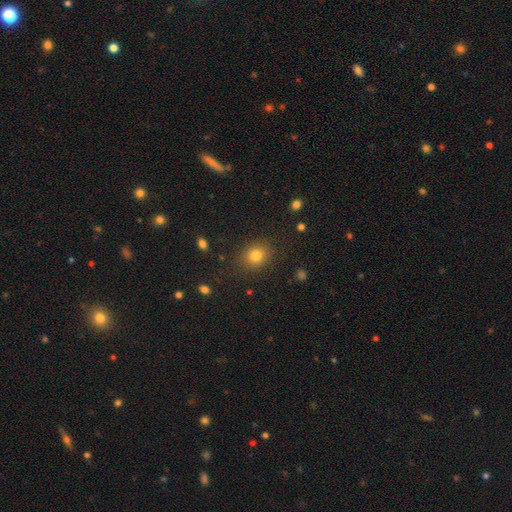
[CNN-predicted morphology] Q: Smooth or featured?
A: smooth (80%); runner-up: star or artifact (13%)
Q: How rounded?
A: round (62%); runner-up: in between (37%)
Q: Merging?
A: none (86%); runner-up: minor disturbance (9%)